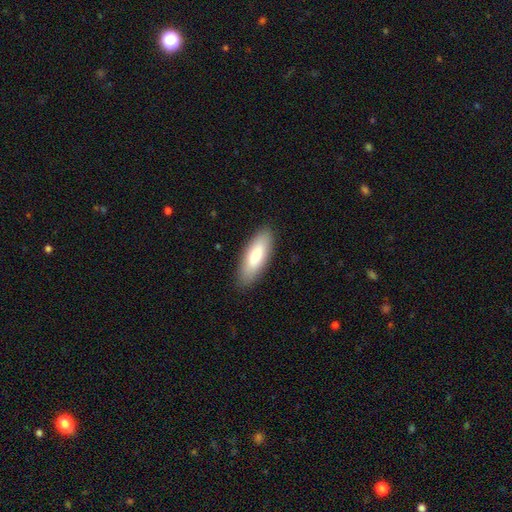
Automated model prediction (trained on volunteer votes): smooth-or-featured: smooth: 79% | featured or disk: 16% | star or artifact: 6%
  how-rounded: in between: 64% | cigar-shaped: 34% | round: 2%
  merging: none: 88% | minor disturbance: 8% | major disturbance: 2% | merger: 1%